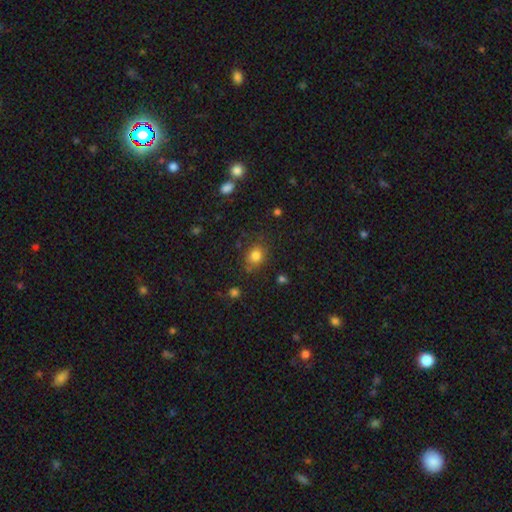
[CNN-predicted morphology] Overall: smooth (80%). How rounded: round (61%; in between 38%). Merging: none (77%).